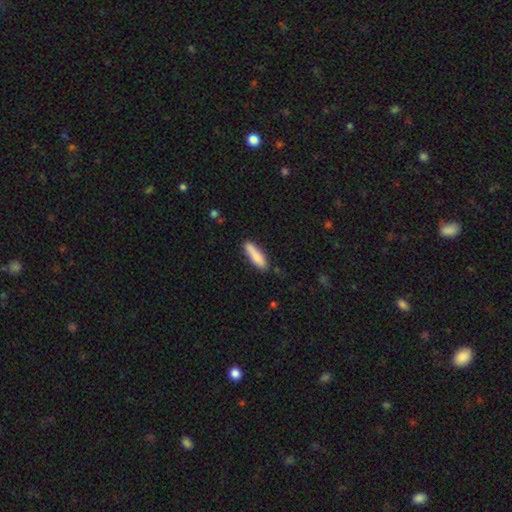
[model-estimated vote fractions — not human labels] smooth 85%, featured or disk 10%, star or artifact 6%. Down the decision tree: how rounded — cigar-shaped (76%); merging — none (84%).